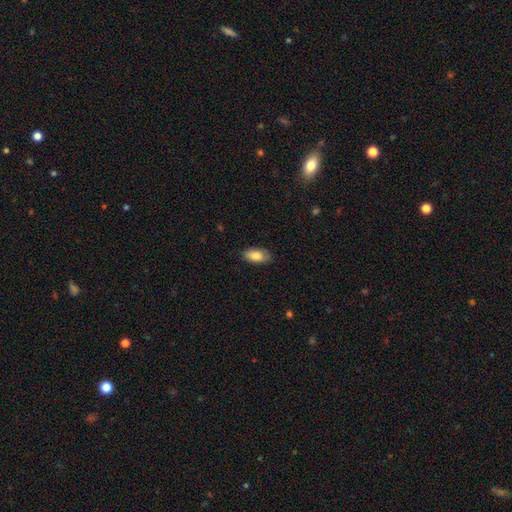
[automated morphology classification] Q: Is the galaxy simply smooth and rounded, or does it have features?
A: smooth — 85%.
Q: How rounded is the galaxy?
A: in between — 92%.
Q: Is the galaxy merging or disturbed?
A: none — 83%.